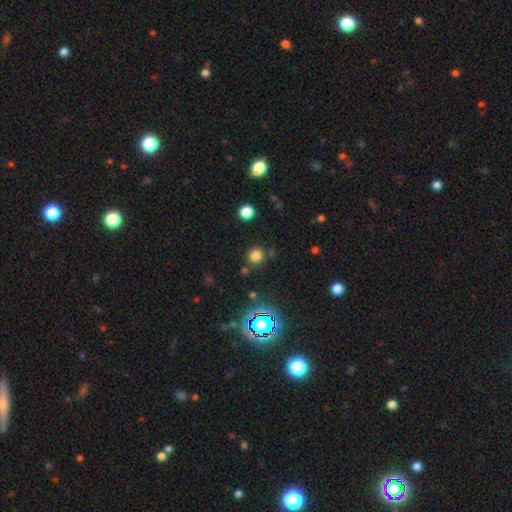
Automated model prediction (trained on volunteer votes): Smooth or featured? smooth (74%)
How rounded? round (92%)
Merging? none (83%)